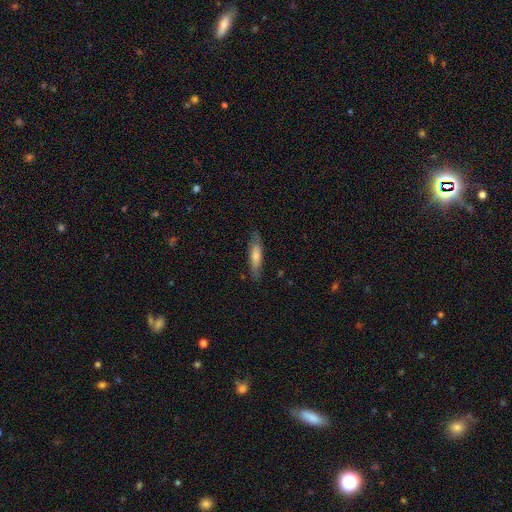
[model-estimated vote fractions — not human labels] Morphology: type=smooth (56%); roundness=cigar-shaped (76%); merging=none (84%).